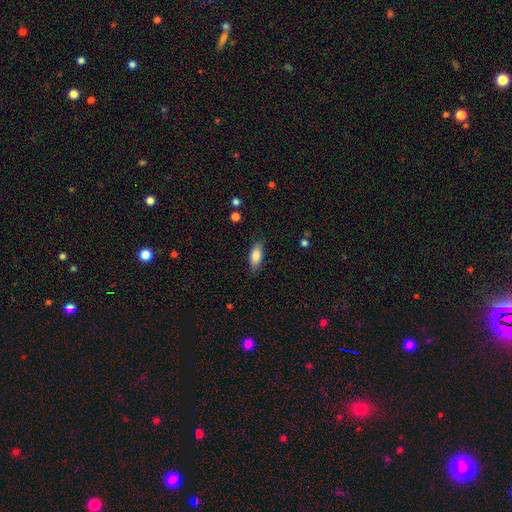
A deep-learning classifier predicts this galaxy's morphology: A smooth galaxy with no disk features (84%) that is in between round and cigar-shaped (83%). Merging: none (83%).